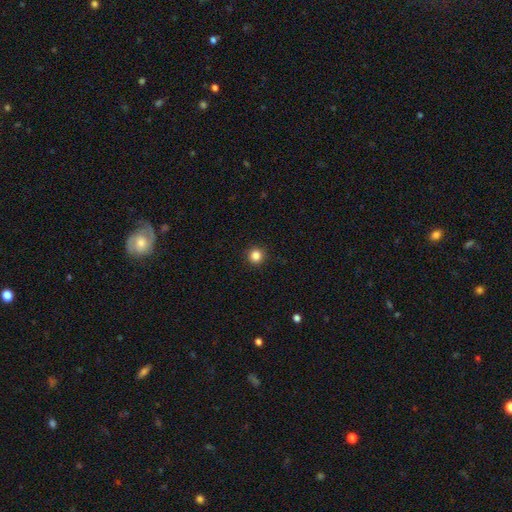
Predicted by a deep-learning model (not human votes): Morphology: type=smooth (85%); roundness=round (95%); merging=none (93%).